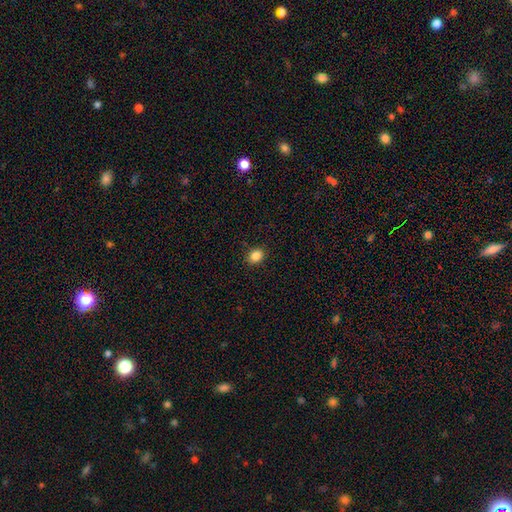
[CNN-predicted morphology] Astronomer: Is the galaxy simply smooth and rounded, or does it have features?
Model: smooth — 85%.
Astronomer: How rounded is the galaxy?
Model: round — 53% (runner-up: in between, 46%).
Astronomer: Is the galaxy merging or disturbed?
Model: none — 89%.